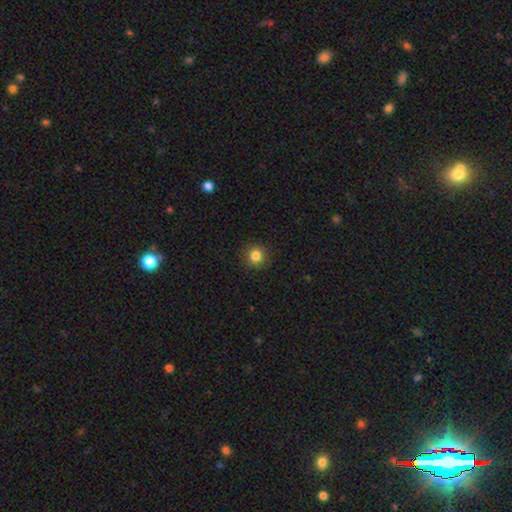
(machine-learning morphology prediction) Overall: smooth (83%). How rounded: round (93%). Merging: none (91%).